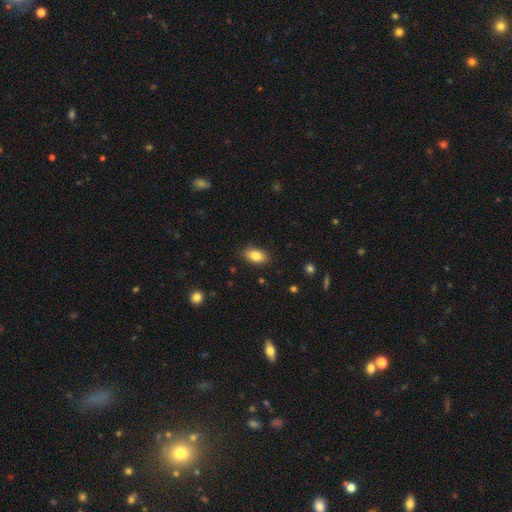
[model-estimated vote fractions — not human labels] This appears to be a smooth galaxy with no disk features (84%) that is in between round and cigar-shaped (90%). Merging: none (85%).